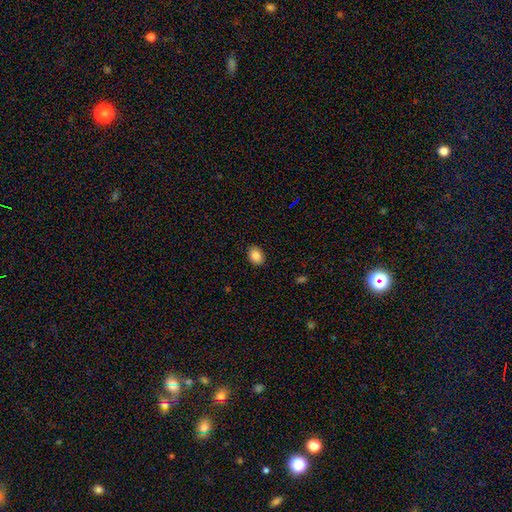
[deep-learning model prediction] Morphology: type=smooth (88%); roundness=in between (72%); merging=none (88%).